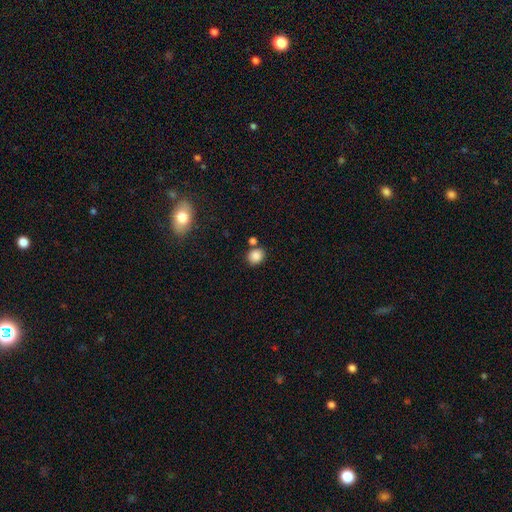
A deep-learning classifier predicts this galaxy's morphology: This appears to be a smooth galaxy with no disk features (86%) that is round (75%). Merging: none (74%).